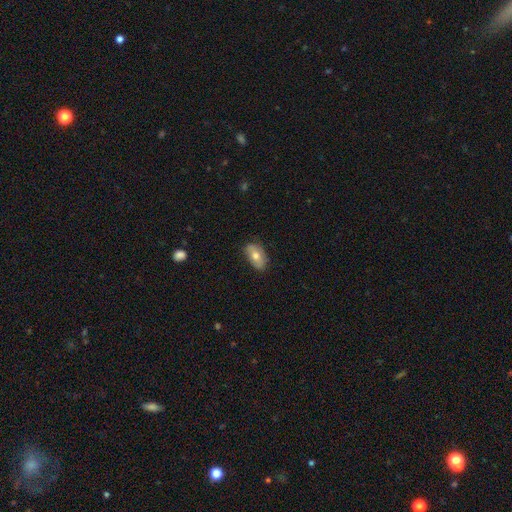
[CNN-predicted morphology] The model was most divided on "smooth or featured": smooth: 64%, featured or disk: 29%, star or artifact: 7%. More confident: how rounded — in between (91%); merging — none (78%).